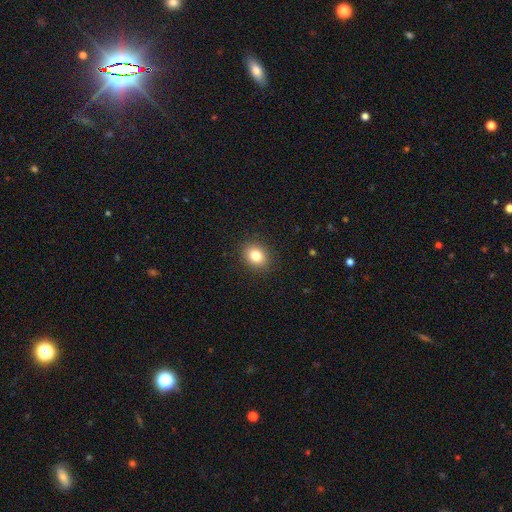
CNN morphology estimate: Smooth or featured? Predicted: smooth (p=0.82). How rounded? Predicted: round (p=0.52). Merging? Predicted: none (p=0.90).